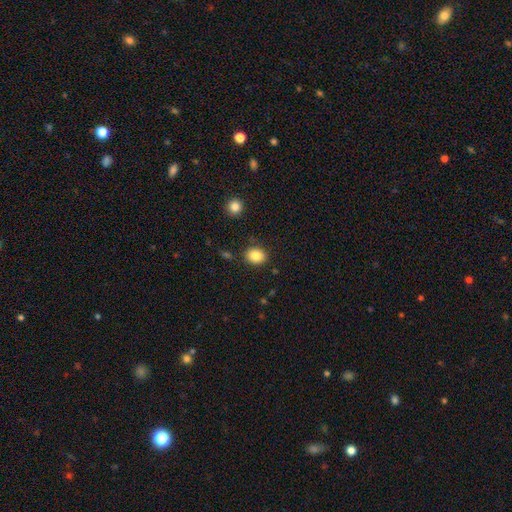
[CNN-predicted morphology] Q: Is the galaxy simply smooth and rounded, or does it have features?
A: smooth — 86%.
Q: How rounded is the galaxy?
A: round — 62%.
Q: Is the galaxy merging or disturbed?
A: none — 85%.